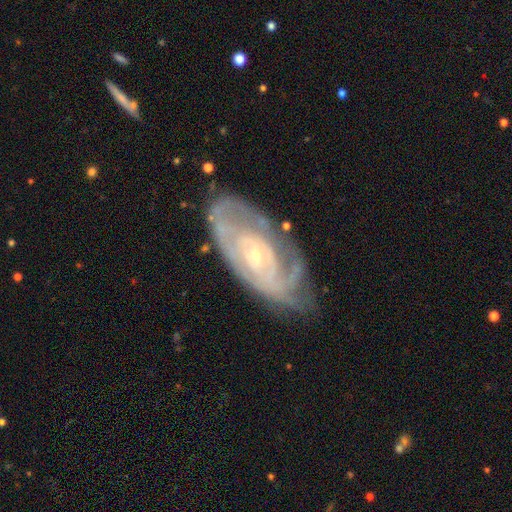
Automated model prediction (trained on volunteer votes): featured or disk 84%, smooth 11%, star or artifact 6%. Down the decision tree: edge-on disk — no (93%); bar — no (63%); spiral arms — yes (90%); spiral arm count — can't tell (46%); spiral winding — tight (68%); bulge size — small (71%); merging — none (63%).